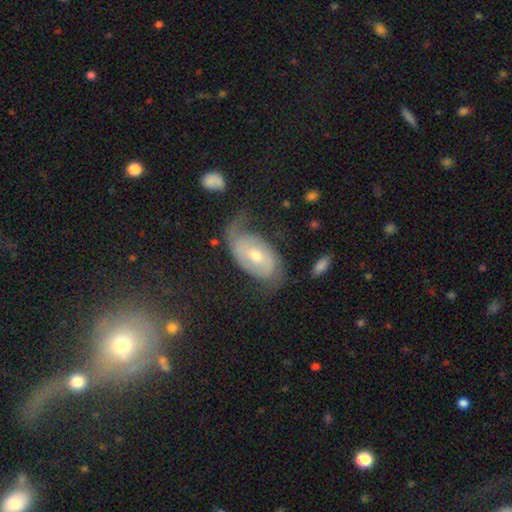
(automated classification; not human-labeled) Overall: featured or disk (70%). Edge-on disk: no (94%). Bar: no (54%; weak 34%). Spiral arms: yes (84%). Spiral arm count: 2 (68%). Spiral winding: loose (39%; medium 36%). Bulge size: moderate (62%; small 33%). Merging: none (43%; major disturbance 28%).